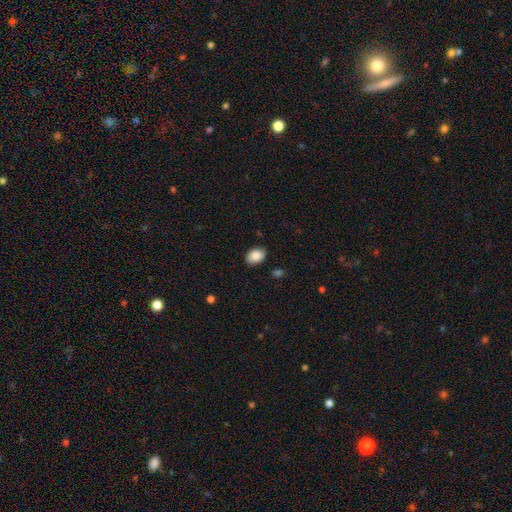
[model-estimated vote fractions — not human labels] Smooth or featured: smooth — 88% (star or artifact — 7%)
How rounded: in between — 81% (round — 18%)
Merging: none — 84% (minor disturbance — 12%)